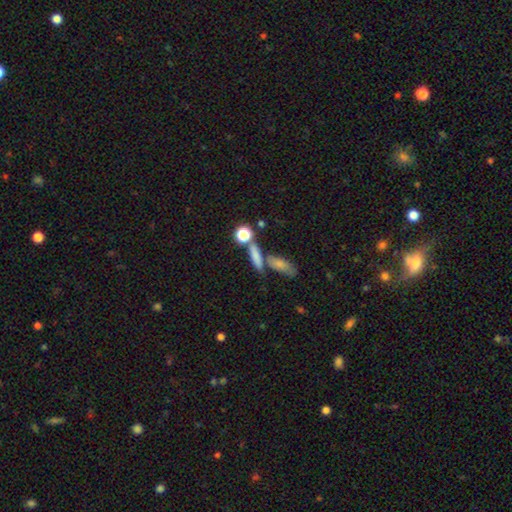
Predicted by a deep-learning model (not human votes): smooth-or-featured: smooth: 72% | featured or disk: 15% | star or artifact: 14%
  how-rounded: cigar-shaped: 52% | in between: 32% | round: 16%
  merging: none: 59% | merger: 24% | minor disturbance: 12% | major disturbance: 6%